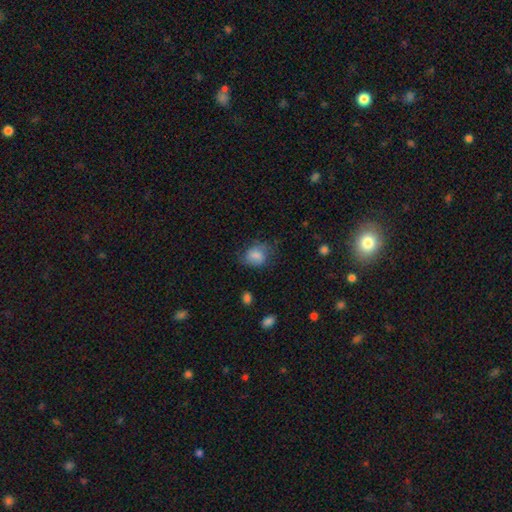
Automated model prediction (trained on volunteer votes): Smooth or featured? Predicted: smooth (p=0.78). How rounded? Predicted: in between (p=0.52). Merging? Predicted: none (p=0.57).